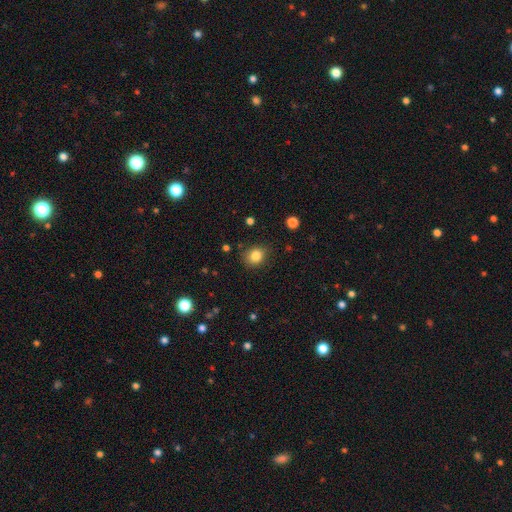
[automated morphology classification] type=smooth (83%); roundness=round (69%); merging=none (83%).